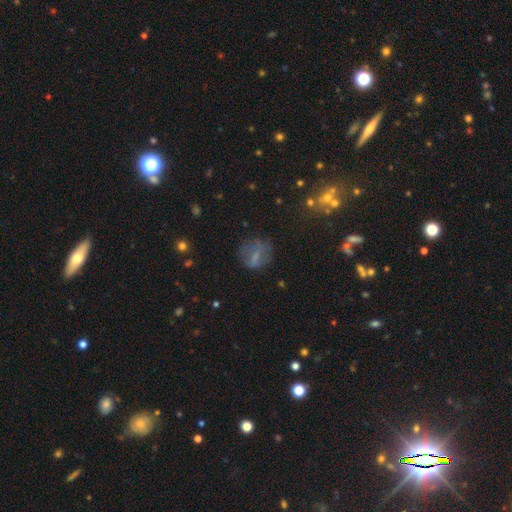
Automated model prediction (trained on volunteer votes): Smooth or featured? smooth (56%)
How rounded? round (61%)
Merging? none (63%)